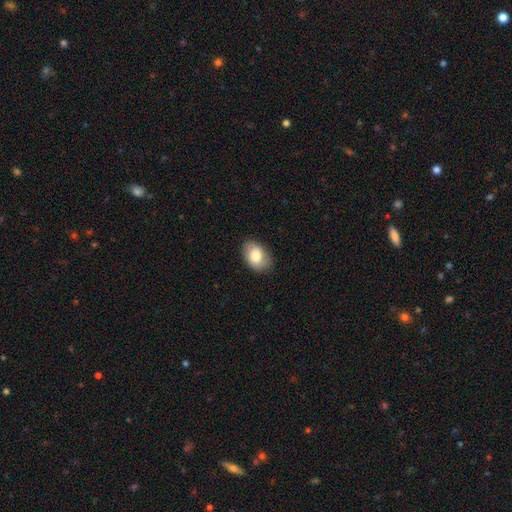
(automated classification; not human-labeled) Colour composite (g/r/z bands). It shows a smooth galaxy with no disk features (78%) that is in between round and cigar-shaped (84%). Merging: none (83%).